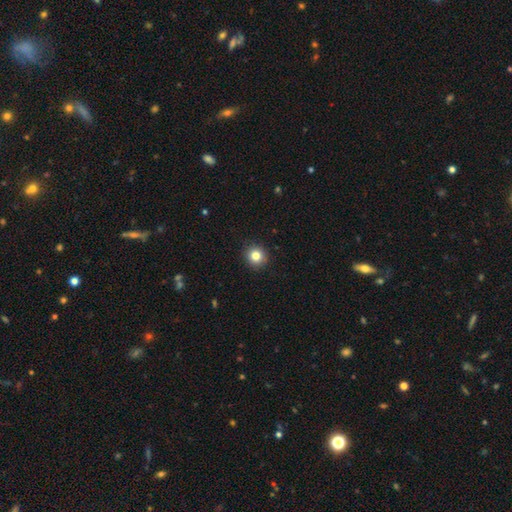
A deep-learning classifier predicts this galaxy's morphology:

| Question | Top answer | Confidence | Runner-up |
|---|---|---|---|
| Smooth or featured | smooth | 82% | star or artifact (12%) |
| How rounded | round | 94% | in between (5%) |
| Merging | none | 92% | minor disturbance (5%) |